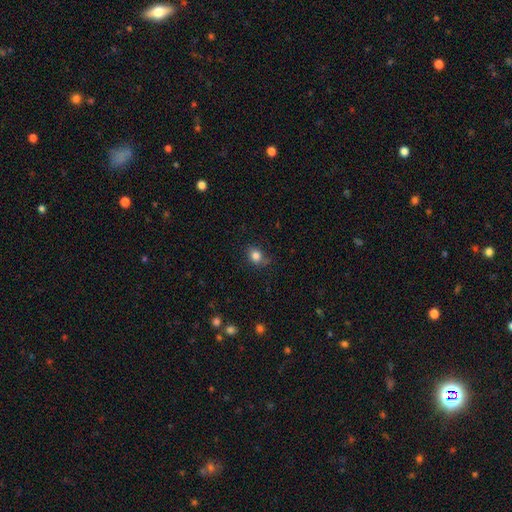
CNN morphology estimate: This is clearly a smooth galaxy (83%). How rounded: possibly round (59%). Merging: likely none (72%).